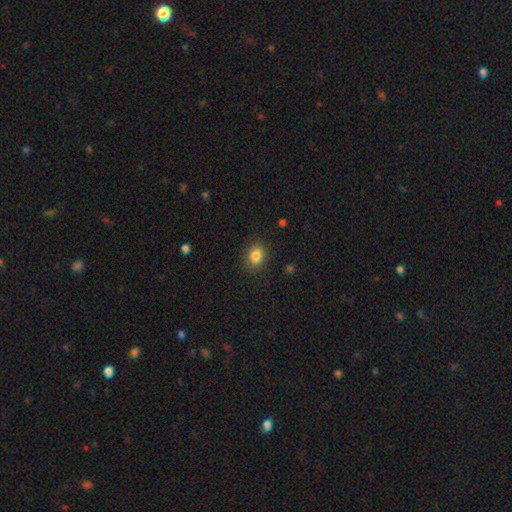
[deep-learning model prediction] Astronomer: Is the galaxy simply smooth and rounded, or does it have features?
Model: smooth — 84%.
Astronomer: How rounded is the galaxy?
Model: round — 57% (runner-up: in between, 42%).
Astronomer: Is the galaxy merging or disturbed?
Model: none — 87%.